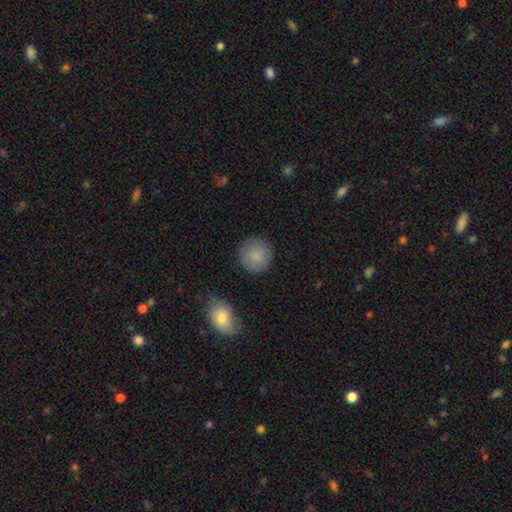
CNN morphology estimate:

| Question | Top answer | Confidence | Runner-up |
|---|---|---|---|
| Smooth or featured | smooth | 87% | star or artifact (7%) |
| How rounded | round | 93% | in between (6%) |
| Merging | none | 87% | minor disturbance (8%) |